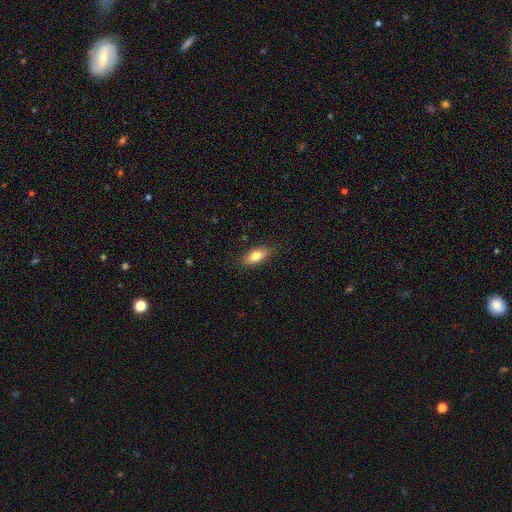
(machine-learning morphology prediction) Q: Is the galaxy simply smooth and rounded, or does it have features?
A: smooth — 77%.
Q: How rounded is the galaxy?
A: in between — 80%.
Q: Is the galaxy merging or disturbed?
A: none — 84%.